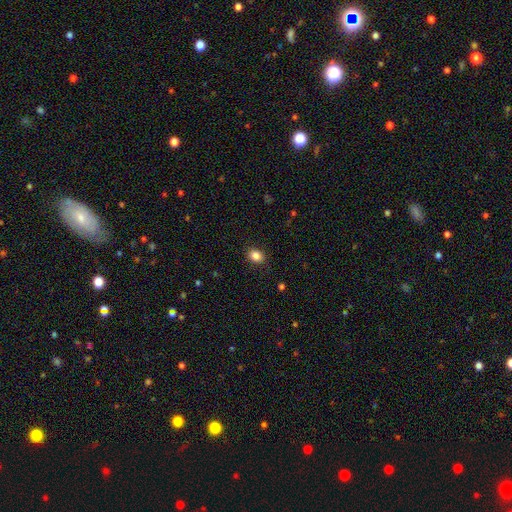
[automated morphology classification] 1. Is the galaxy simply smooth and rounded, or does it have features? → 85% smooth, 10% star or artifact, 4% featured or disk.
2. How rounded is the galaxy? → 51% in between, 48% round, 1% cigar-shaped.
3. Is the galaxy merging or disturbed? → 88% none, 9% minor disturbance, 2% major disturbance, 1% merger.